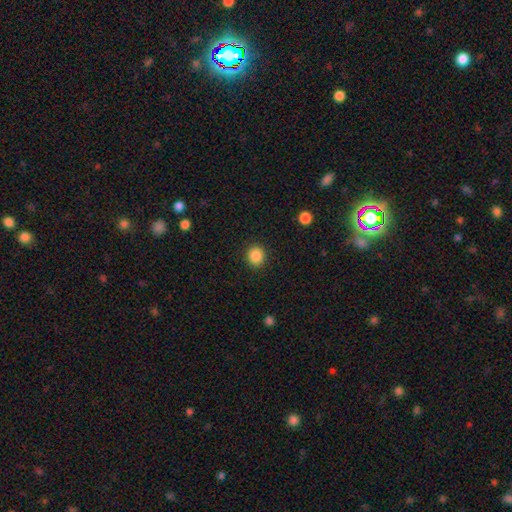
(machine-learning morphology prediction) smooth_or_featured: smooth (p=0.87) [alt: star or artifact p=0.09]
how_rounded: round (p=0.81) [alt: in between p=0.19]
merging: none (p=0.91) [alt: minor disturbance p=0.06]